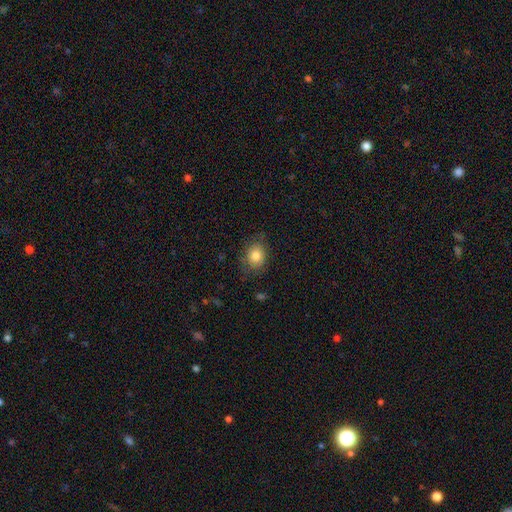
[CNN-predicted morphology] The model was most divided on "how rounded": round: 58%, in between: 41%, cigar-shaped: 1%. More confident: smooth or featured — smooth (82%); merging — none (76%).